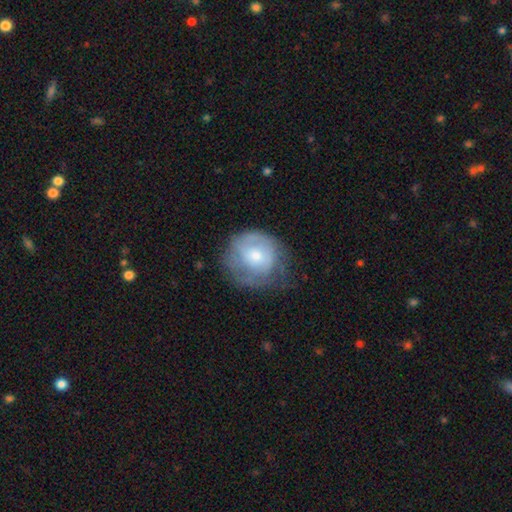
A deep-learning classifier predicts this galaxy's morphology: Overall: featured or disk (50%; smooth 43%). Merging: none (54%; minor disturbance 28%).